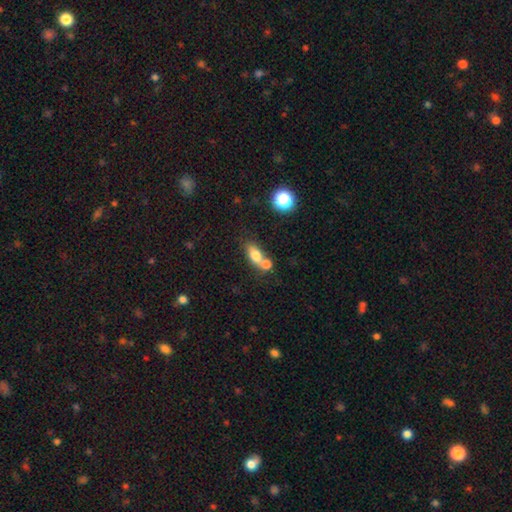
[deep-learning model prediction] Smooth or featured?
  - smooth: 75% *
  - featured or disk: 15%
  - star or artifact: 10%
How rounded?
  - in between: 73% *
  - round: 18%
  - cigar-shaped: 9%
Merging?
  - merger: 49% *
  - none: 36%
  - minor disturbance: 10%
  - major disturbance: 5%